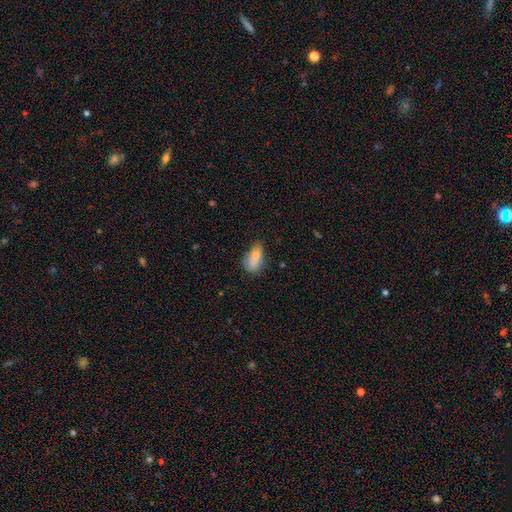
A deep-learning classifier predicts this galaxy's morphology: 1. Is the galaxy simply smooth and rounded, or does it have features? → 82% smooth, 9% featured or disk, 9% star or artifact.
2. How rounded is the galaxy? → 83% in between, 14% cigar-shaped, 4% round.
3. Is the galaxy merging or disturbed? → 58% none, 30% minor disturbance, 8% major disturbance, 4% merger.